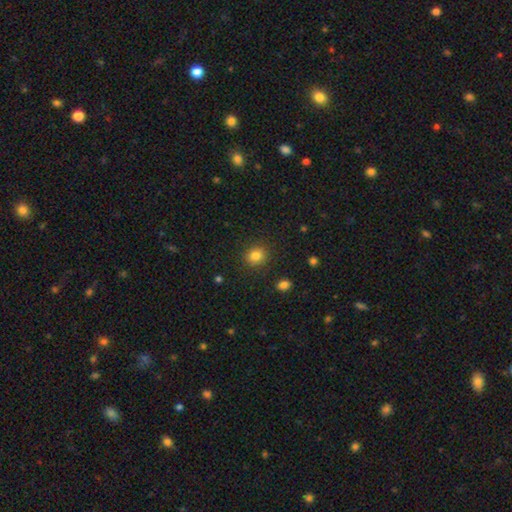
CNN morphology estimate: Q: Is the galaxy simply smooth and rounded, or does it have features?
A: smooth — 83%.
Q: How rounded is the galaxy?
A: round — 82%.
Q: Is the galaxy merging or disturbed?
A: none — 89%.